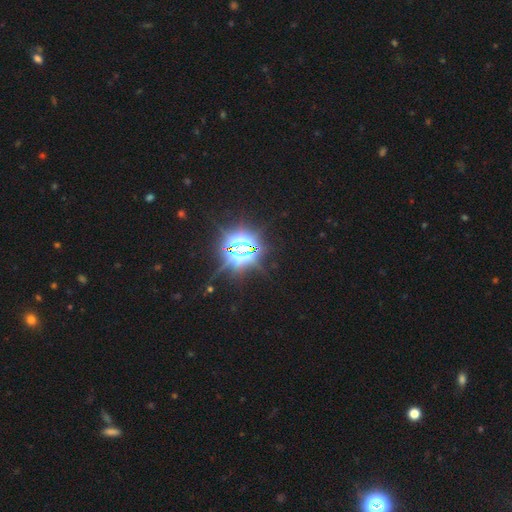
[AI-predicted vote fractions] This is clearly a star or artifact rather than a galaxy (83%).